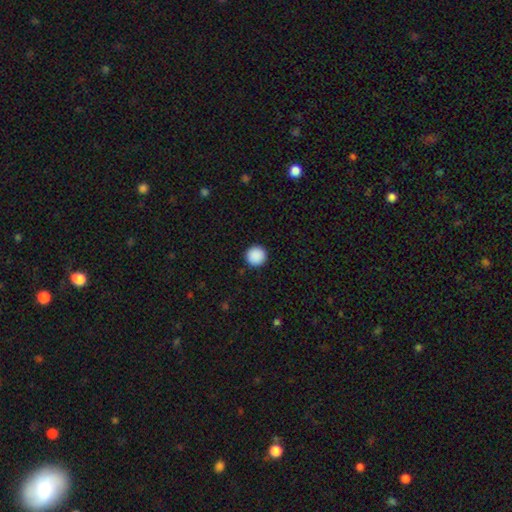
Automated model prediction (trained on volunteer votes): A smooth galaxy with no disk features (90%) that is round (96%). Merging: none (93%).